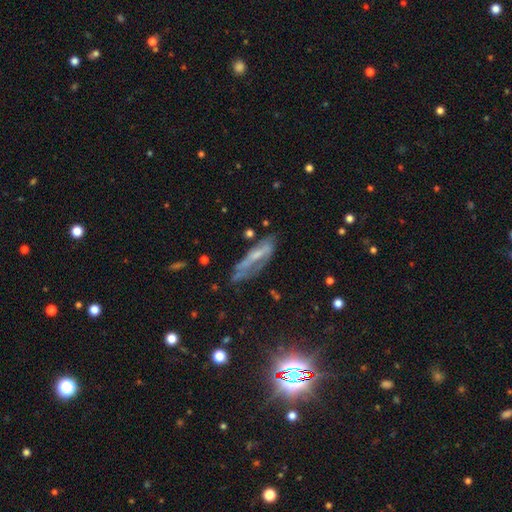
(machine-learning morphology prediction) A featured or disk galaxy (57%).

Vote fractions:
- Smooth or featured? featured or disk: 57% / smooth: 28% / star or artifact: 15%
- Edge-on disk? no: 65% / yes: 35%
- Merging? none: 51% / minor disturbance: 27% / major disturbance: 19% / merger: 4%